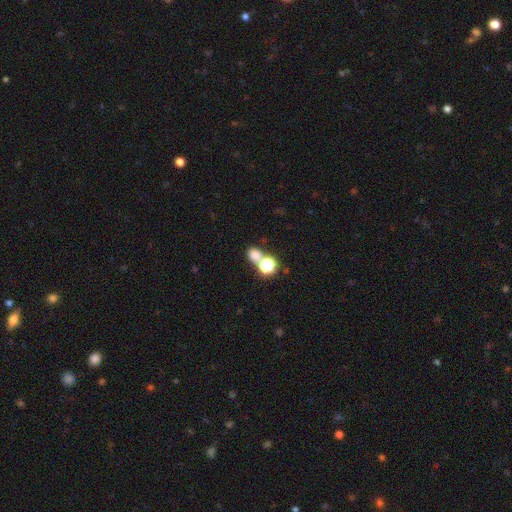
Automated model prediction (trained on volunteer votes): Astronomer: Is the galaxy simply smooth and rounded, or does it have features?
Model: smooth — 68%.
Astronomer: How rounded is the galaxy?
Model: round — 67%.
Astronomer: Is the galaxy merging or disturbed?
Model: none — 50% (runner-up: merger, 38%).